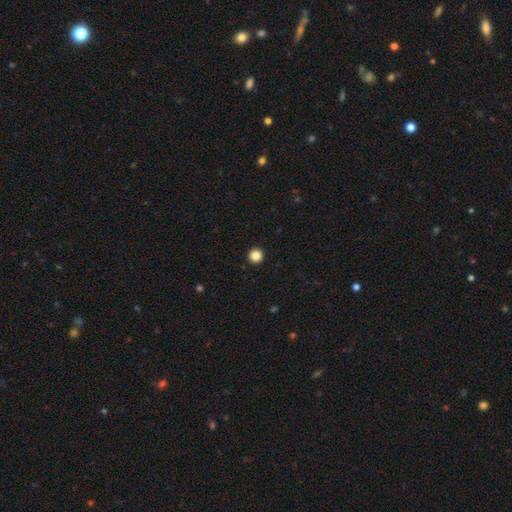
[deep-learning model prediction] Morphology: type=smooth (86%); roundness=round (96%); merging=none (94%).